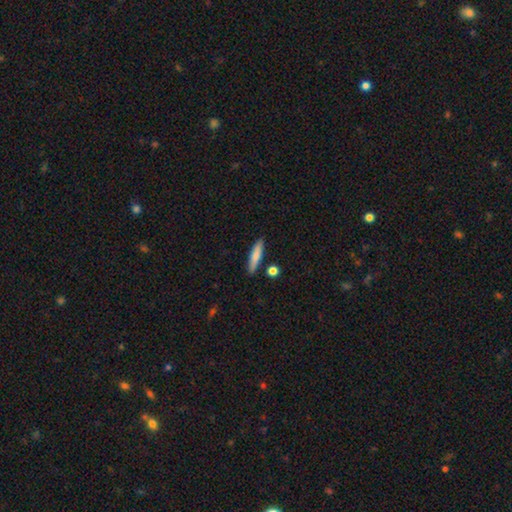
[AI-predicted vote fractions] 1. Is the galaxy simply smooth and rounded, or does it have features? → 78% smooth, 15% featured or disk, 6% star or artifact.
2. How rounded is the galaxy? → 82% cigar-shaped, 16% in between, 2% round.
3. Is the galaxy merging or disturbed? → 85% none, 9% minor disturbance, 4% merger, 2% major disturbance.